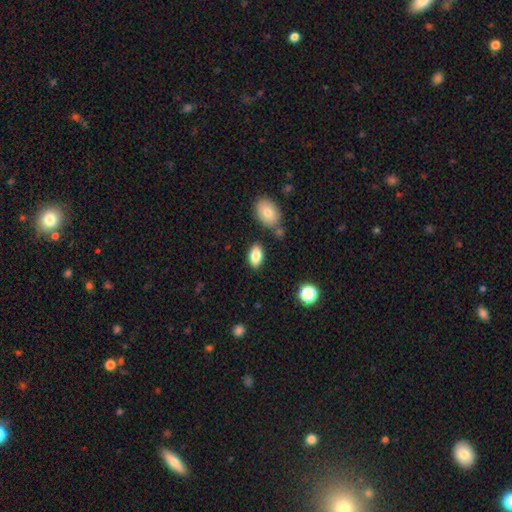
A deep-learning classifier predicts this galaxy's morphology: smooth-or-featured: smooth: 83% | featured or disk: 9% | star or artifact: 8%
  how-rounded: in between: 91% | round: 6% | cigar-shaped: 3%
  merging: none: 82% | minor disturbance: 10% | merger: 5% | major disturbance: 3%